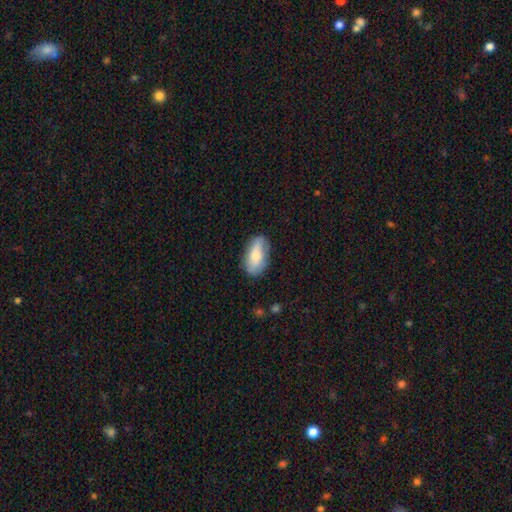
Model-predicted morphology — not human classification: type=smooth (70%); roundness=in between (90%); merging=none (73%).